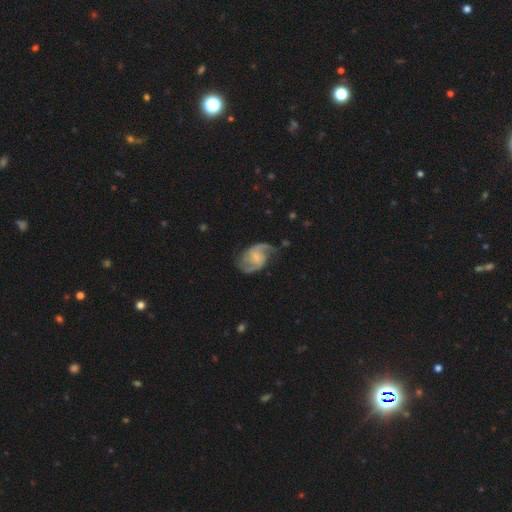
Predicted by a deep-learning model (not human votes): The model was most divided on "bulge size": small: 38%, none: 37%, moderate: 19%, large: 4%, dominant: 1%. Remaining: edge-on disk — no (98%); spiral arms — yes (97%); spiral arm count — 2 (91%); smooth or featured — featured or disk (85%); merging — none (70%); spiral winding — medium (49%); bar — weak (47%).